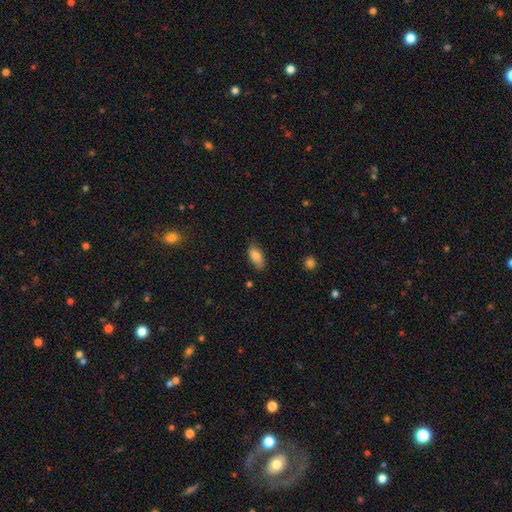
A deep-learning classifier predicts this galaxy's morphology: type=smooth (83%); roundness=in between (89%); merging=none (76%).